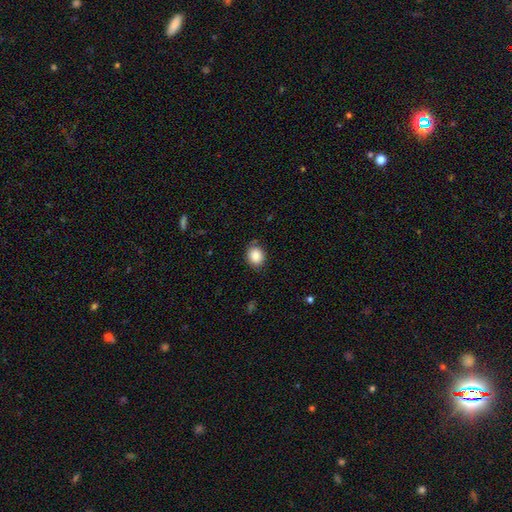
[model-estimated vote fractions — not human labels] A smooth galaxy with no disk features (85%) that is round (62%). Merging: none (80%).